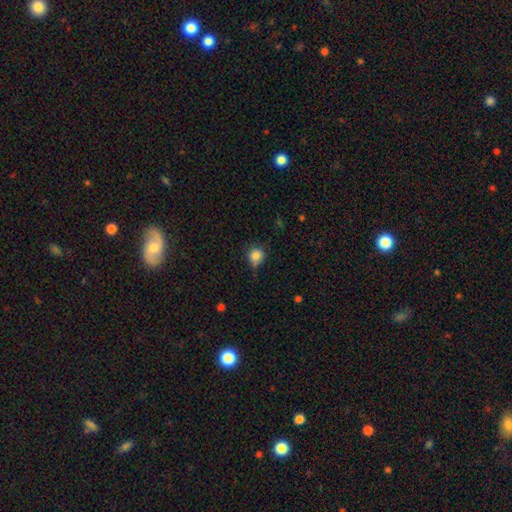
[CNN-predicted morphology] This appears to be a smooth galaxy with no disk features (83%) that is round (86%). Merging: none (59%).